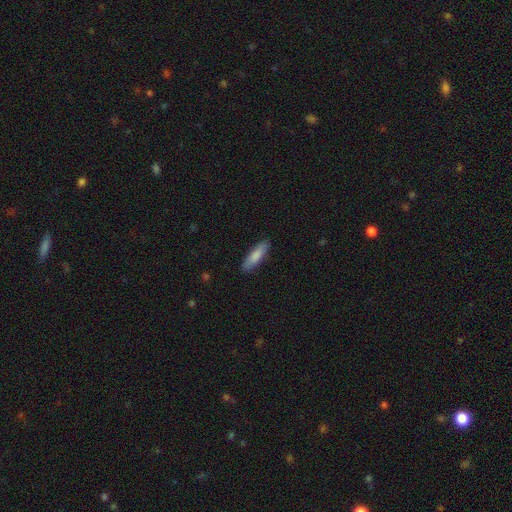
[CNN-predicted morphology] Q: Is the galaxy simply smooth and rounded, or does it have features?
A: smooth — 84%.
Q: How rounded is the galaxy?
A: cigar-shaped — 67%.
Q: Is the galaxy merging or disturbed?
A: none — 88%.